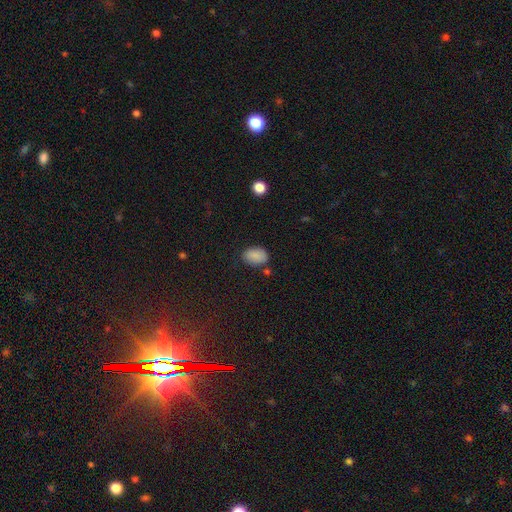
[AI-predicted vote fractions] smooth_or_featured: smooth (p=0.86) [alt: star or artifact p=0.09]
how_rounded: in between (p=0.83) [alt: round p=0.16]
merging: none (p=0.74) [alt: minor disturbance p=0.18]